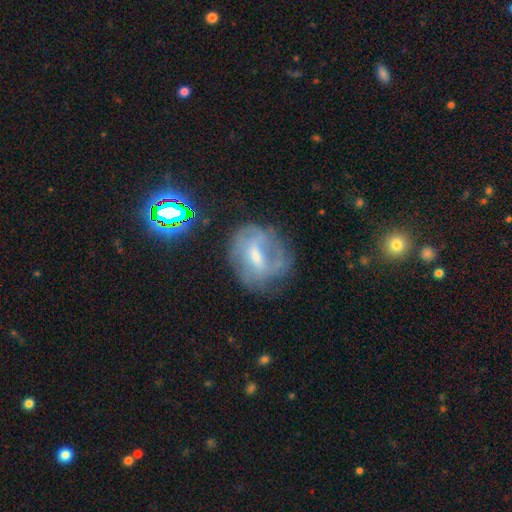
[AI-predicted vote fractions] A featured or disk galaxy (66%) with a weak bar (52%), spiral arms (72%) and a small central bulge (46%).

Vote fractions:
- Smooth or featured? featured or disk: 66% / smooth: 21% / star or artifact: 12%
- Edge-on disk? no: 96% / yes: 4%
- Bar? weak: 52% / strong: 28% / no: 20%
- Spiral arms? yes: 72% / no: 28%
- Bulge size? small: 46% / moderate: 41% / none: 8% / large: 3% / dominant: 1%
- Merging? none: 53% / minor disturbance: 24% / major disturbance: 20% / merger: 3%